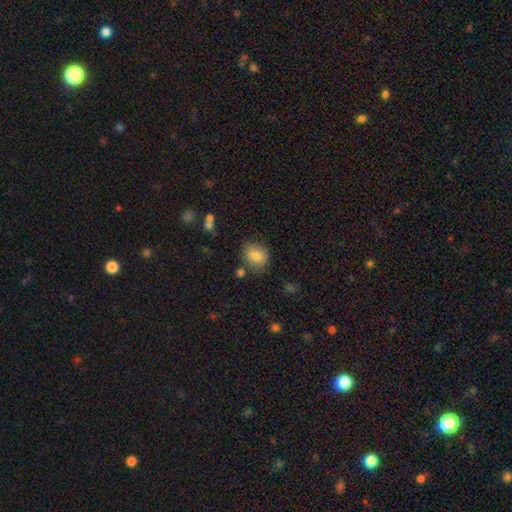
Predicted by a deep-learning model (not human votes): Smooth or featured?
  - smooth: 80% *
  - featured or disk: 11%
  - star or artifact: 9%
How rounded?
  - round: 53% *
  - in between: 46%
  - cigar-shaped: 1%
Merging?
  - none: 78% *
  - minor disturbance: 14%
  - merger: 4%
  - major disturbance: 4%